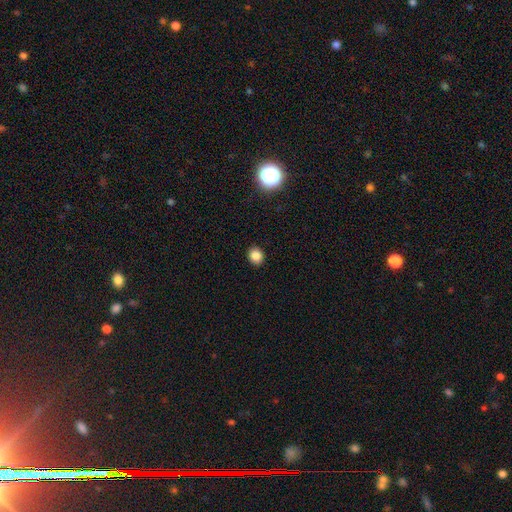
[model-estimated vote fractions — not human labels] smooth_or_featured: smooth (p=0.84) [alt: star or artifact p=0.12]
how_rounded: round (p=0.75) [alt: in between p=0.24]
merging: none (p=0.91) [alt: minor disturbance p=0.06]